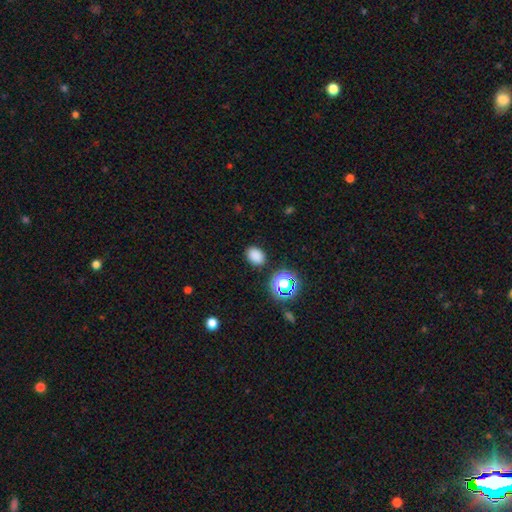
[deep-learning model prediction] Smooth or featured?
  - smooth: 80% *
  - star or artifact: 15%
  - featured or disk: 4%
How rounded?
  - in between: 65% *
  - round: 34%
  - cigar-shaped: 1%
Merging?
  - none: 85% *
  - minor disturbance: 9%
  - major disturbance: 3%
  - merger: 3%